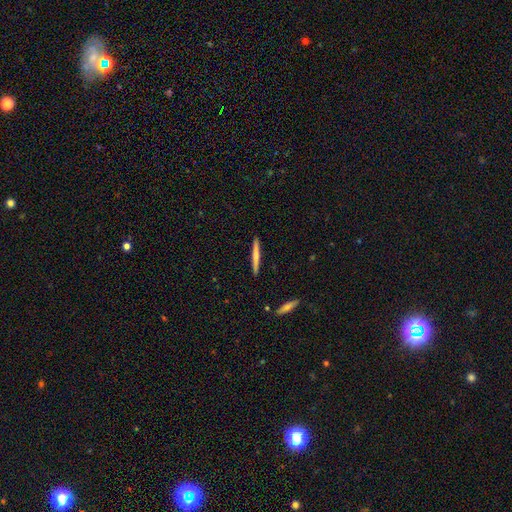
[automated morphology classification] A smooth galaxy with no disk features (60%) that is cigar-shaped (96%). Merging: none (92%).